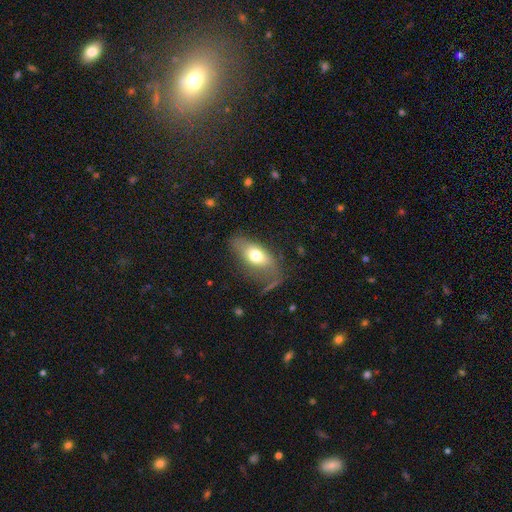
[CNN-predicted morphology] smooth 66%, featured or disk 26%, star or artifact 8%. Down the decision tree: how rounded — in between (83%); merging — none (57%).